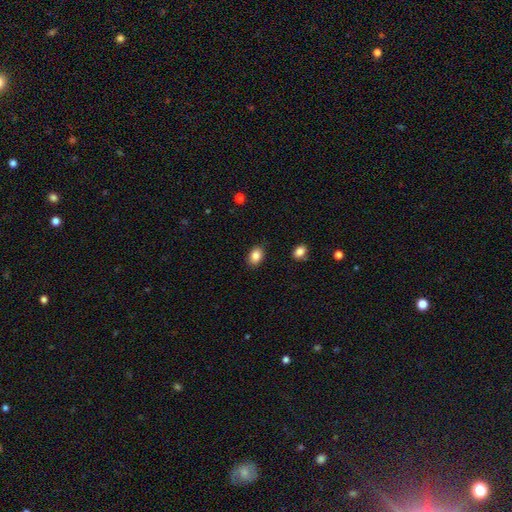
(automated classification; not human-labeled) A smooth galaxy with no disk features (86%) that is in between round and cigar-shaped (77%).

Vote fractions:
- Smooth or featured? smooth: 86% / star or artifact: 8% / featured or disk: 5%
- How rounded? in between: 77% / round: 22% / cigar-shaped: 1%
- Merging? none: 85% / minor disturbance: 11% / major disturbance: 2% / merger: 1%